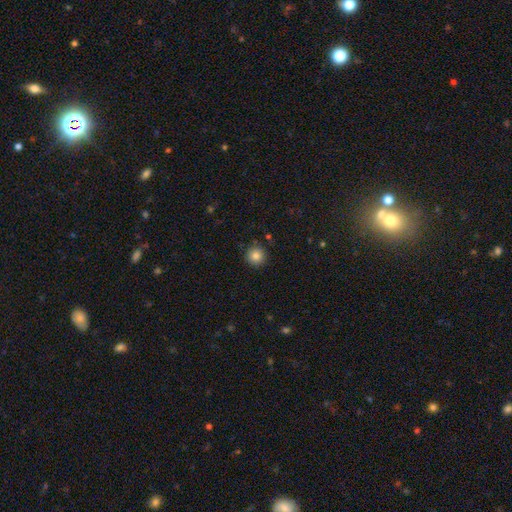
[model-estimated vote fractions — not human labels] Smooth or featured: smooth — 84% (star or artifact — 10%)
How rounded: round — 95% (in between — 4%)
Merging: none — 89% (minor disturbance — 7%)